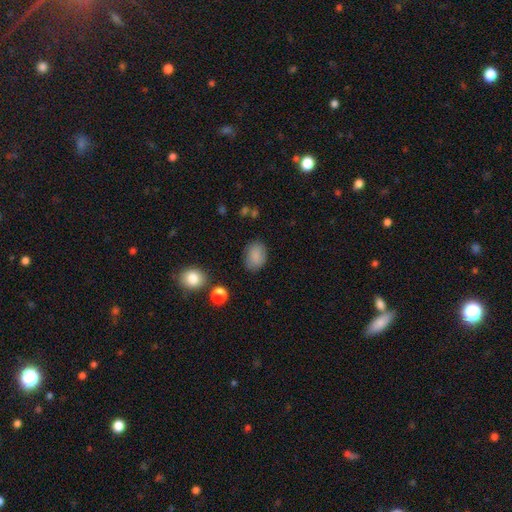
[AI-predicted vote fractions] The model was most divided on "how rounded": in between: 71%, round: 28%, cigar-shaped: 1%. More confident: smooth or featured — smooth (86%); merging — none (82%).